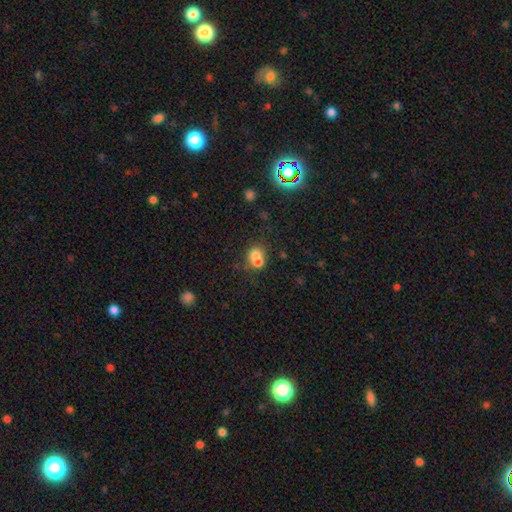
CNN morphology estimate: A smooth galaxy with no disk features (69%) that is round (73%).

Vote fractions:
- Smooth or featured? smooth: 69% / featured or disk: 18% / star or artifact: 13%
- How rounded? round: 73% / in between: 26% / cigar-shaped: 1%
- Merging? merger: 61% / none: 29% / minor disturbance: 6% / major disturbance: 3%